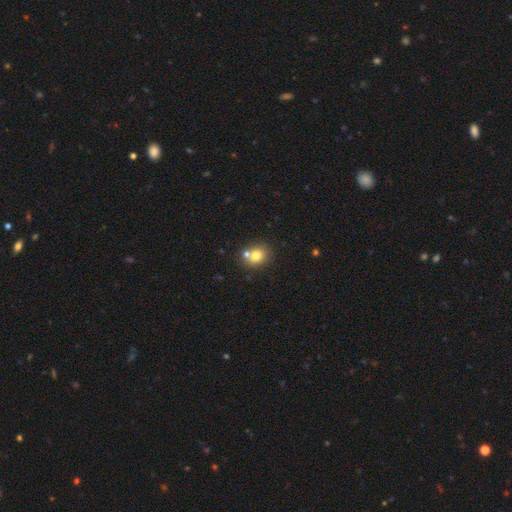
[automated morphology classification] Smooth or featured: smooth — 76% (featured or disk — 13%)
How rounded: round — 69% (in between — 30%)
Merging: none — 59% (merger — 28%)